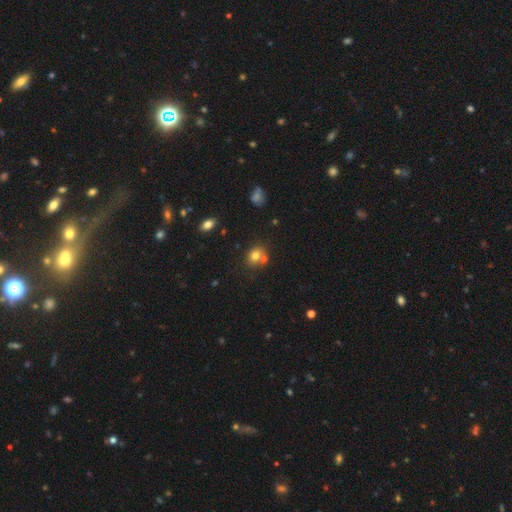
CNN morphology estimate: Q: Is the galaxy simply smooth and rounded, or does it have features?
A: smooth — 75%.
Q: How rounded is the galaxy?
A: round — 64%.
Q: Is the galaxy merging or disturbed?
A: none — 53%.